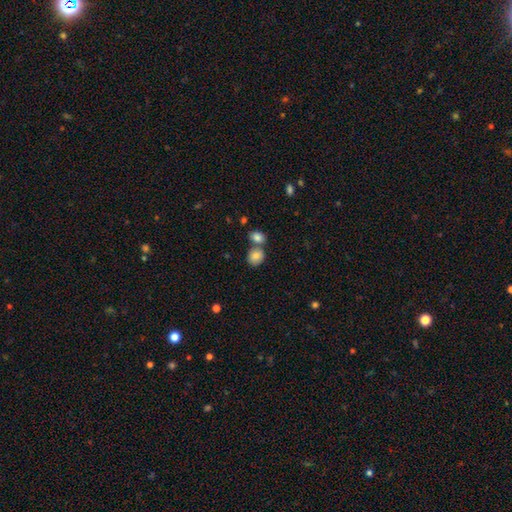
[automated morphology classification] Smooth or featured? Predicted: smooth (p=0.83). How rounded? Predicted: round (p=0.61). Merging? Predicted: none (p=0.51).